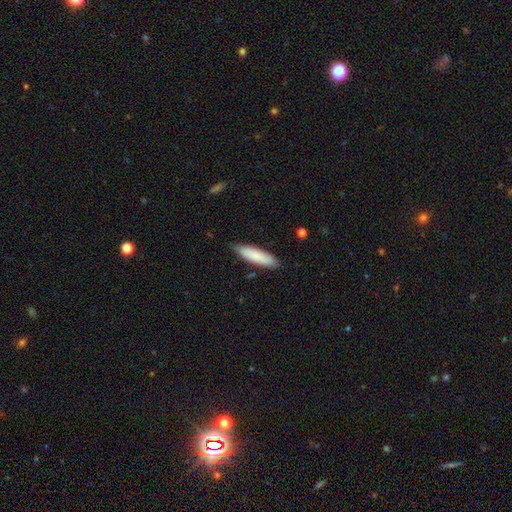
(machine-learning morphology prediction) Smooth or featured: smooth — 83% (featured or disk — 11%)
How rounded: cigar-shaped — 66% (in between — 33%)
Merging: none — 85% (minor disturbance — 12%)